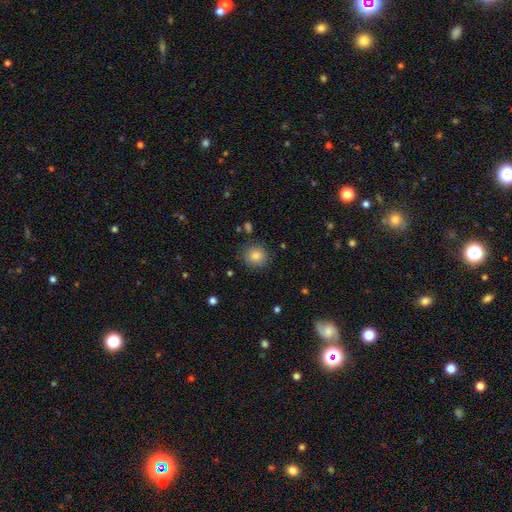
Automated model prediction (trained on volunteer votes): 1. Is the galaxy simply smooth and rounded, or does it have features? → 82% smooth, 10% star or artifact, 7% featured or disk.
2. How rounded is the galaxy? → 86% round, 13% in between, 1% cigar-shaped.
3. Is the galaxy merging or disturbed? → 85% none, 10% minor disturbance, 3% major disturbance, 2% merger.